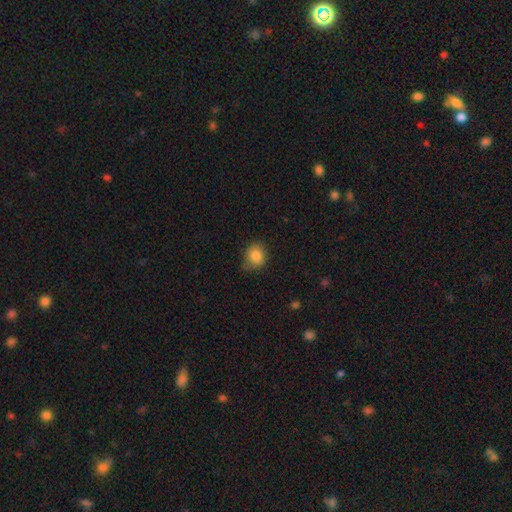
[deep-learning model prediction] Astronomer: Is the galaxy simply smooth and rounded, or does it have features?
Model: smooth — 84%.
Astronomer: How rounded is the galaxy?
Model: round — 70%.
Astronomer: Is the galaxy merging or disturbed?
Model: none — 71%.